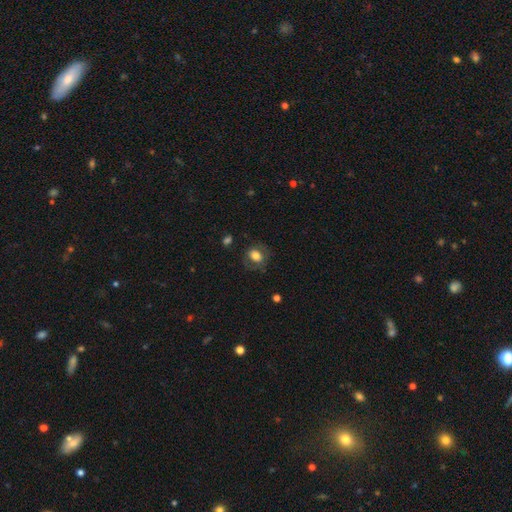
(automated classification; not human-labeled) Smooth or featured? Predicted: smooth (p=0.69). How rounded? Predicted: in between (p=0.56). Merging? Predicted: none (p=0.68).